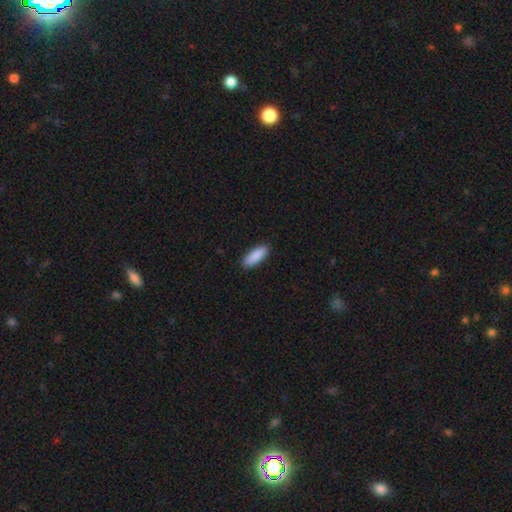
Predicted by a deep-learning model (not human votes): Smooth or featured?
  - smooth: 90% *
  - star or artifact: 6%
  - featured or disk: 5%
How rounded?
  - in between: 68% *
  - cigar-shaped: 30%
  - round: 2%
Merging?
  - none: 89% *
  - minor disturbance: 8%
  - major disturbance: 2%
  - merger: 1%